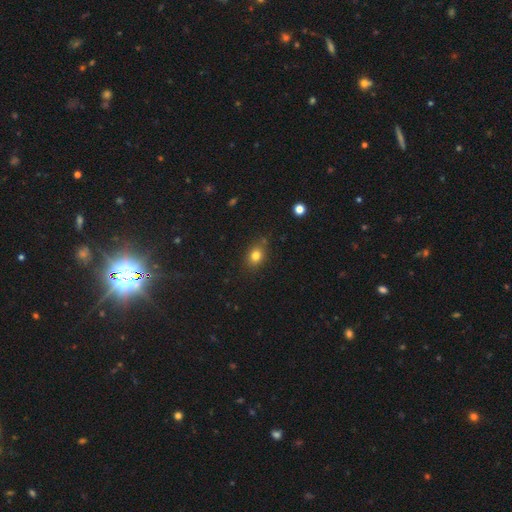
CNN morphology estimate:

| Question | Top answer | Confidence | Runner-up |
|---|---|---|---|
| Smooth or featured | smooth | 80% | star or artifact (12%) |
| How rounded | in between | 57% | round (41%) |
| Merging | none | 79% | minor disturbance (14%) |